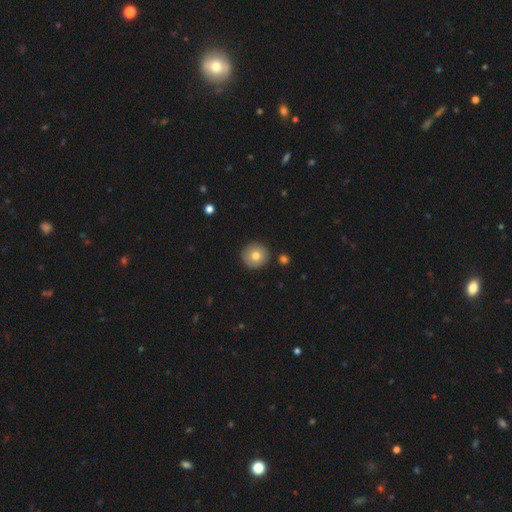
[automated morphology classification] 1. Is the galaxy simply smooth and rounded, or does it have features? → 78% smooth, 13% featured or disk, 9% star or artifact.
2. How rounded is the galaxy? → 93% round, 6% in between, 1% cigar-shaped.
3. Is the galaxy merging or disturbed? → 89% none, 6% minor disturbance, 3% merger, 2% major disturbance.